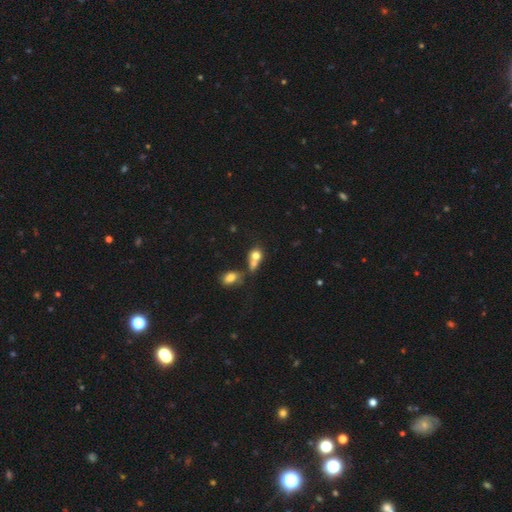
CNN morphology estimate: This appears to be a smooth galaxy with no disk features (73%) that is round (62%). Merging: merger (59%).